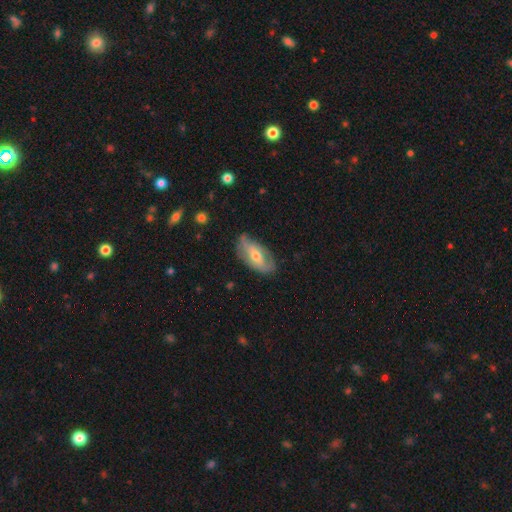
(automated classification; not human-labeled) A featured or disk galaxy (57%).

Vote fractions:
- Smooth or featured? featured or disk: 57% / smooth: 37% / star or artifact: 6%
- Edge-on disk? no: 86% / yes: 14%
- Merging? none: 65% / minor disturbance: 26% / major disturbance: 7% / merger: 2%